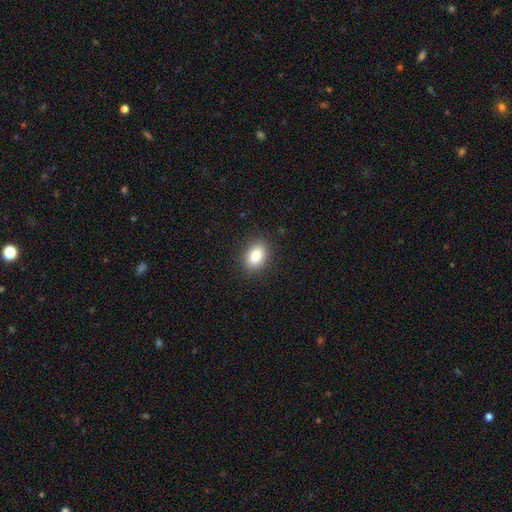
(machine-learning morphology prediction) The model was most divided on "how rounded": in between: 82%, round: 17%, cigar-shaped: 1%. More confident: merging — none (88%); smooth or featured — smooth (85%).